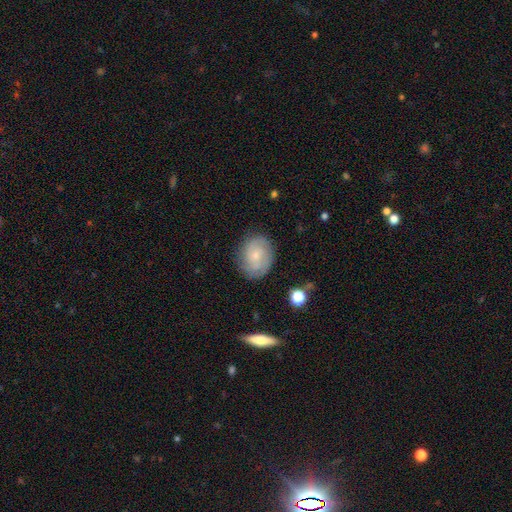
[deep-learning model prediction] A featured or disk galaxy (56%) with no bar (72%), spiral arms (88%) and a small central bulge (71%). Merging: none (80%).